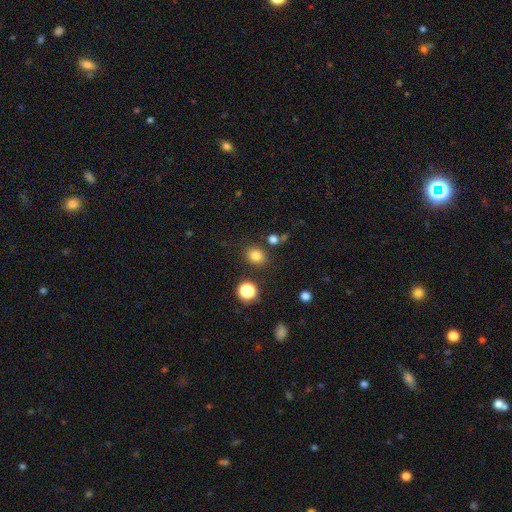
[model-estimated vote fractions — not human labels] A smooth galaxy with no disk features (81%) that is round (65%).

Vote fractions:
- Smooth or featured? smooth: 81% / star or artifact: 14% / featured or disk: 5%
- How rounded? round: 65% / in between: 34% / cigar-shaped: 1%
- Merging? none: 82% / minor disturbance: 9% / merger: 5% / major disturbance: 4%